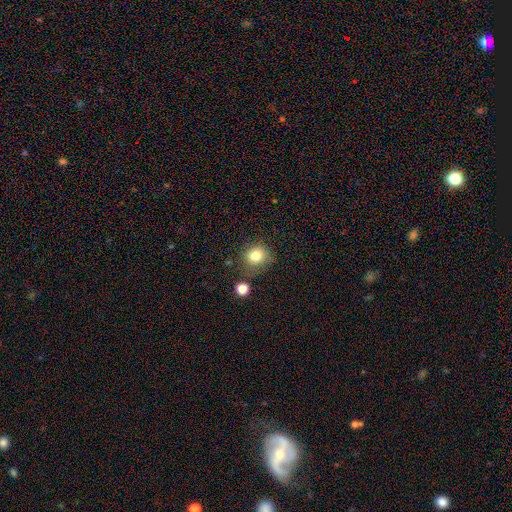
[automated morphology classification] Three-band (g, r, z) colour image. It shows a smooth galaxy with no disk features (81%) that is round (87%). Merging: none (71%).